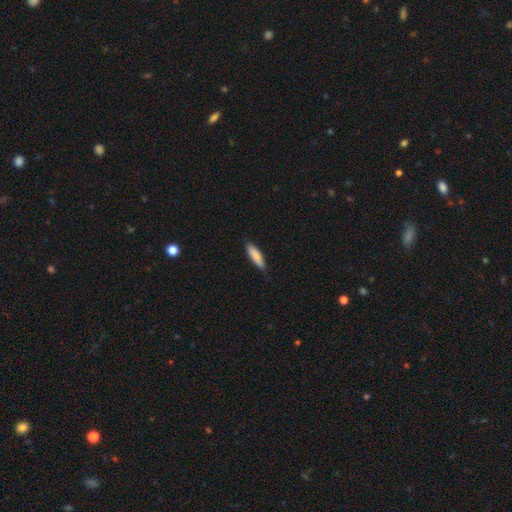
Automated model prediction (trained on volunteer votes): This appears to be a smooth galaxy with no disk features (83%) that is cigar-shaped (62%). Merging: none (81%).